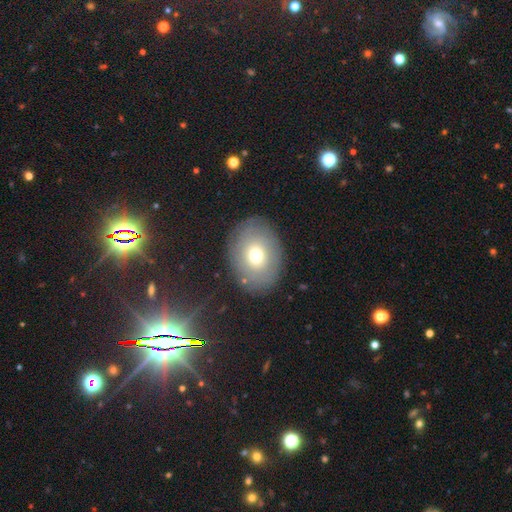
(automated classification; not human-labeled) smooth 63%, featured or disk 26%, star or artifact 11%. Down the decision tree: how rounded — in between (64%); merging — none (84%).